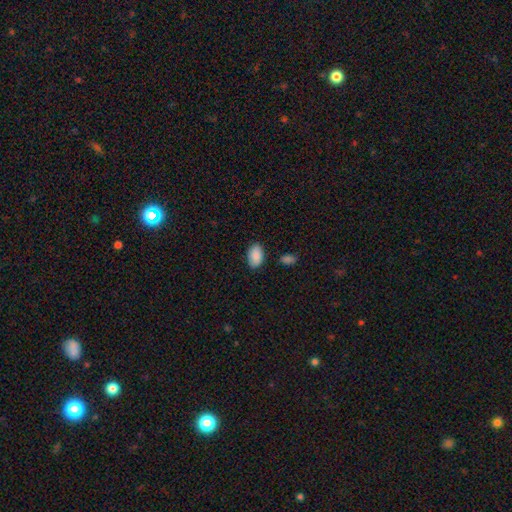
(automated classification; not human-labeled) Smooth or featured? smooth (90%)
How rounded? in between (92%)
Merging? none (84%)